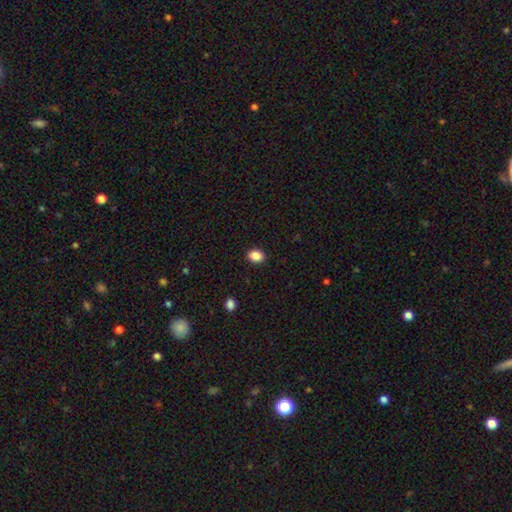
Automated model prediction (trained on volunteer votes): The model was most divided on "how rounded": in between: 62%, round: 37%, cigar-shaped: 1%. More confident: merging — none (90%); smooth or featured — smooth (88%).